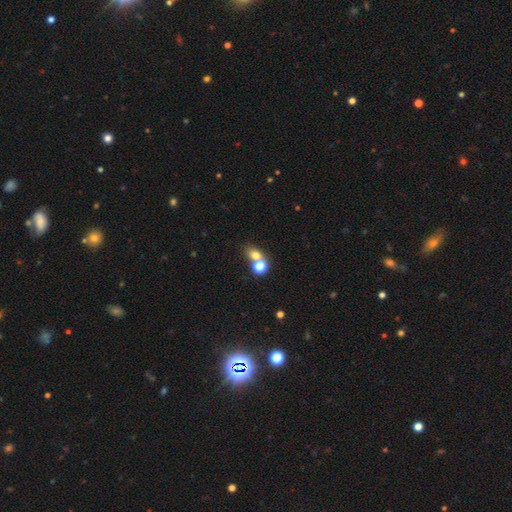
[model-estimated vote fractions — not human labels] Smooth or featured? smooth (71%)
How rounded? round (52%)
Merging? none (45%)